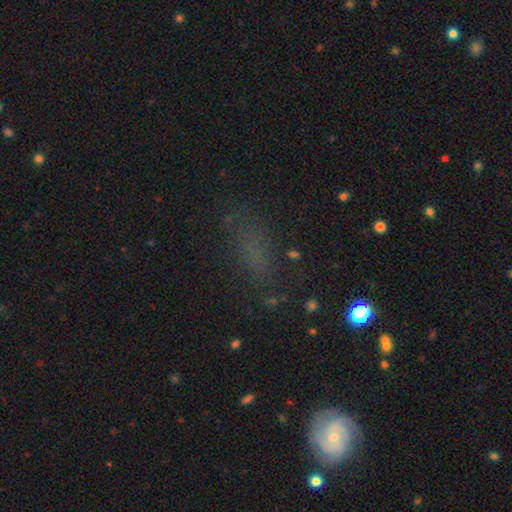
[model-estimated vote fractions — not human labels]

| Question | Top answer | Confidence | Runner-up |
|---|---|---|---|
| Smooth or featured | smooth | 51% | star or artifact (32%) |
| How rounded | in between | 66% | cigar-shaped (20%) |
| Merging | none | 66% | minor disturbance (19%) |